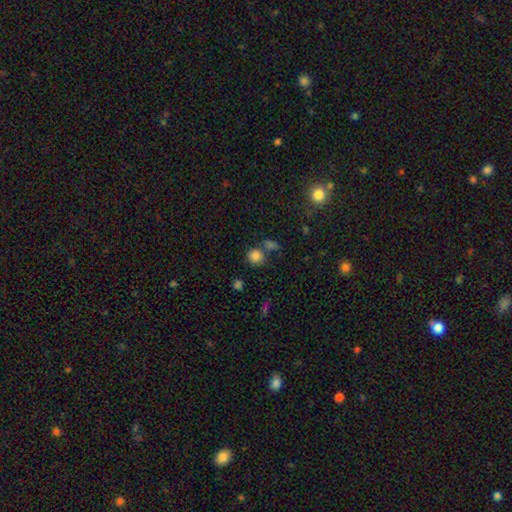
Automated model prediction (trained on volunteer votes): A smooth galaxy with no disk features (82%) that is round (84%). Merging: none (65%).